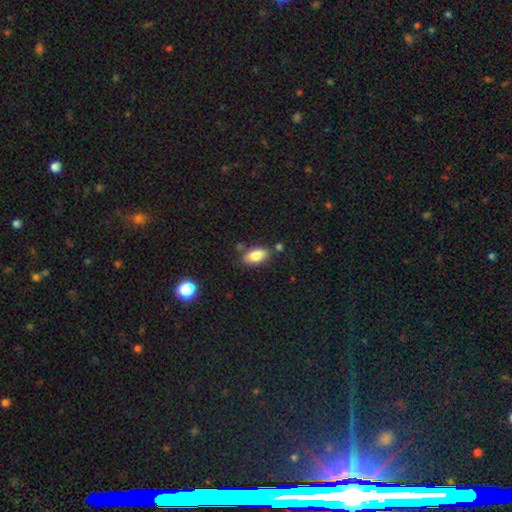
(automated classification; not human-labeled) Smooth or featured: smooth — 81% (featured or disk — 11%)
How rounded: in between — 90% (round — 5%)
Merging: none — 75% (minor disturbance — 15%)